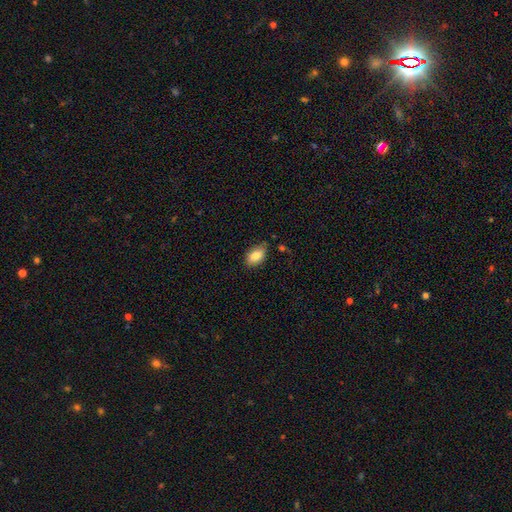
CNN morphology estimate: smooth-or-featured: smooth: 84% | featured or disk: 9% | star or artifact: 8%
  how-rounded: in between: 91% | round: 6% | cigar-shaped: 2%
  merging: none: 74% | minor disturbance: 19% | major disturbance: 3% | merger: 3%